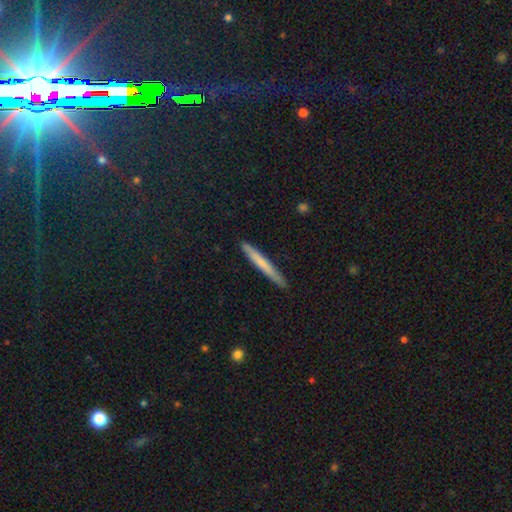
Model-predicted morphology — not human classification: Smooth or featured? Predicted: smooth (p=0.56). How rounded? Predicted: cigar-shaped (p=0.96). Merging? Predicted: none (p=0.91).